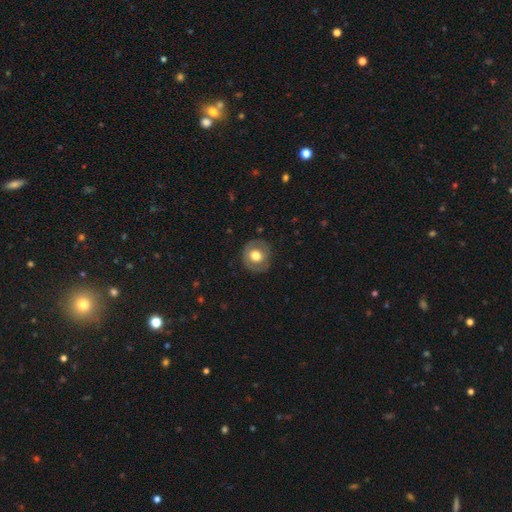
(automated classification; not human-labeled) smooth 59%, featured or disk 34%, star or artifact 7%. Down the decision tree: how rounded — round (86%); merging — none (83%).